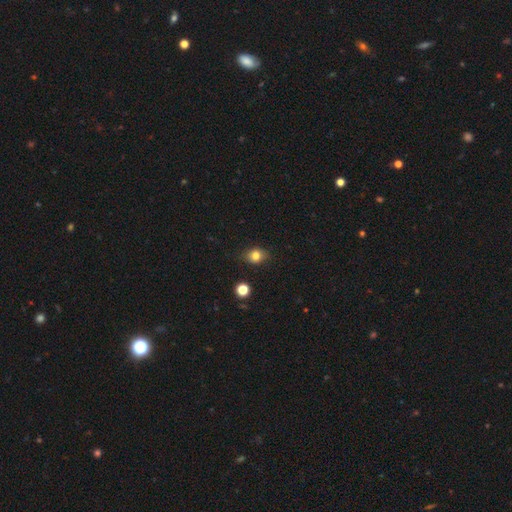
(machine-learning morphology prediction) type=smooth (79%); roundness=round (55%); merging=none (82%).